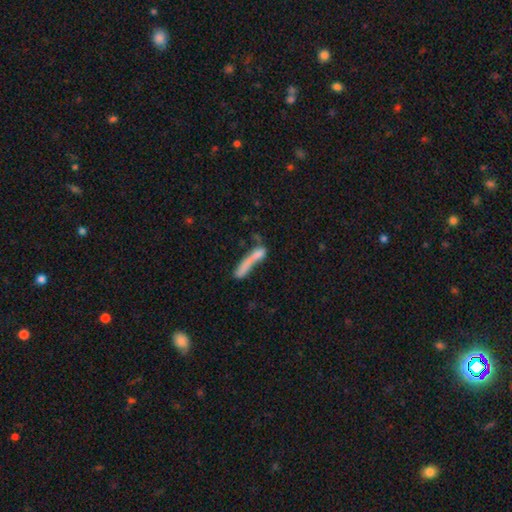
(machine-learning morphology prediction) smooth-or-featured: smooth: 68% | featured or disk: 23% | star or artifact: 9%
  how-rounded: cigar-shaped: 79% | in between: 17% | round: 3%
  merging: merger: 40% | none: 27% | major disturbance: 18% | minor disturbance: 14%